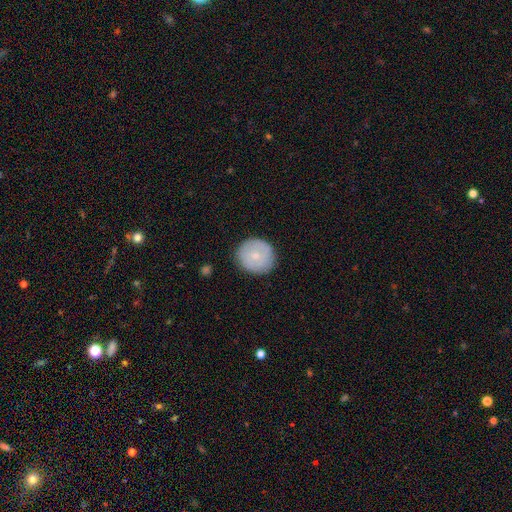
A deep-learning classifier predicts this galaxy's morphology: Smooth or featured: smooth — 69% (featured or disk — 24%)
How rounded: round — 91% (in between — 8%)
Merging: none — 87% (minor disturbance — 10%)